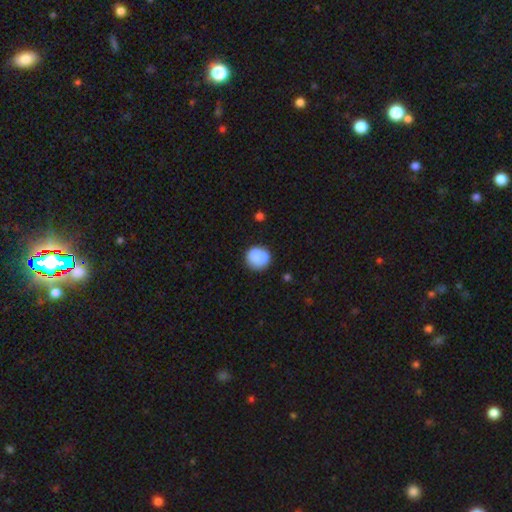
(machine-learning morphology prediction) smooth 74%, featured or disk 18%, star or artifact 8%. Down the decision tree: how rounded — round (88%); merging — none (59%).